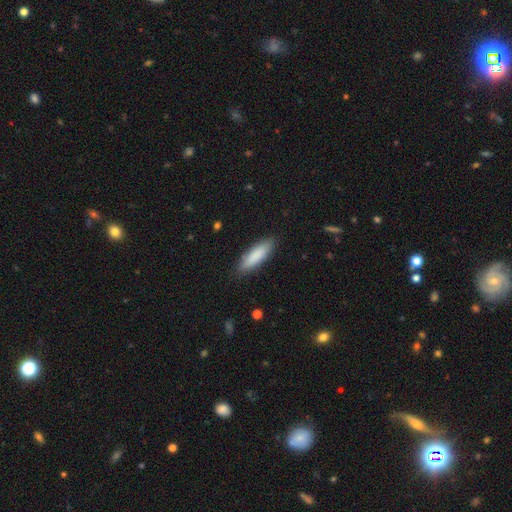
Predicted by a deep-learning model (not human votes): Overall: smooth (85%). How rounded: cigar-shaped (60%; in between 39%). Merging: none (86%).